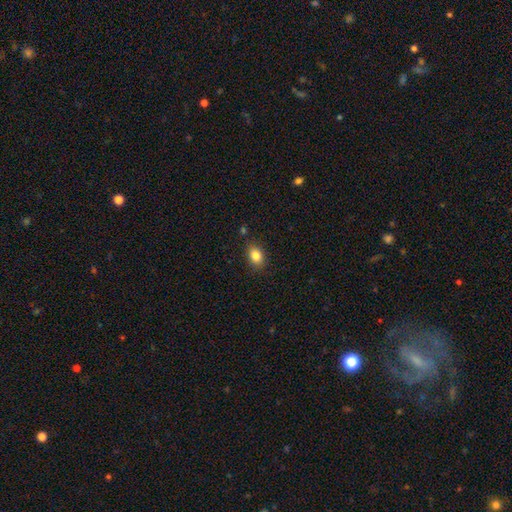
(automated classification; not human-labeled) Smooth or featured?
  - smooth: 85% *
  - star or artifact: 9%
  - featured or disk: 6%
How rounded?
  - in between: 75% *
  - round: 23%
  - cigar-shaped: 1%
Merging?
  - none: 84% *
  - minor disturbance: 11%
  - major disturbance: 3%
  - merger: 2%